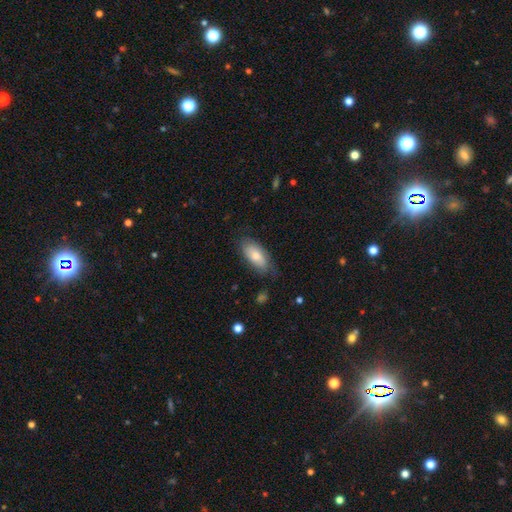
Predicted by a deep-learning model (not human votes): This appears to be a smooth galaxy with no disk features (74%) that is in between round and cigar-shaped (89%). Merging: none (68%).